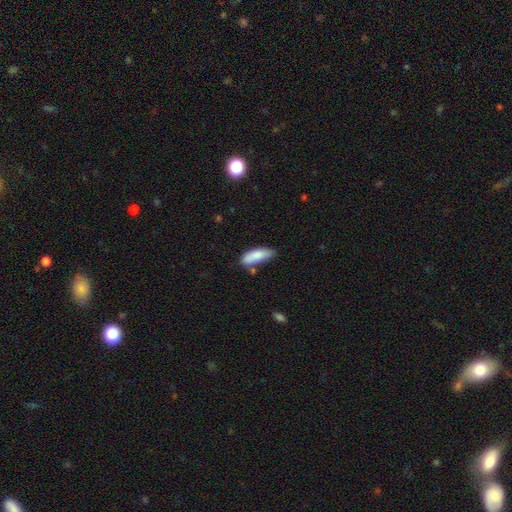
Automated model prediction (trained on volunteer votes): Smooth or featured?
  - smooth: 82% *
  - featured or disk: 12%
  - star or artifact: 6%
How rounded?
  - in between: 60% *
  - cigar-shaped: 38%
  - round: 2%
Merging?
  - none: 63% *
  - minor disturbance: 24%
  - merger: 9%
  - major disturbance: 5%